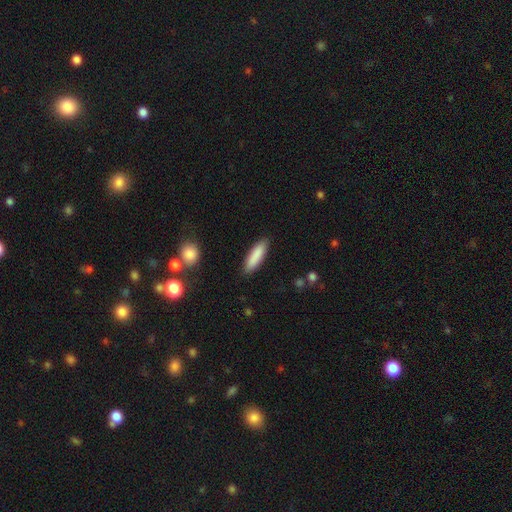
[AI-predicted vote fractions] Smooth or featured? Predicted: smooth (p=0.87). How rounded? Predicted: cigar-shaped (p=0.63). Merging? Predicted: none (p=0.88).